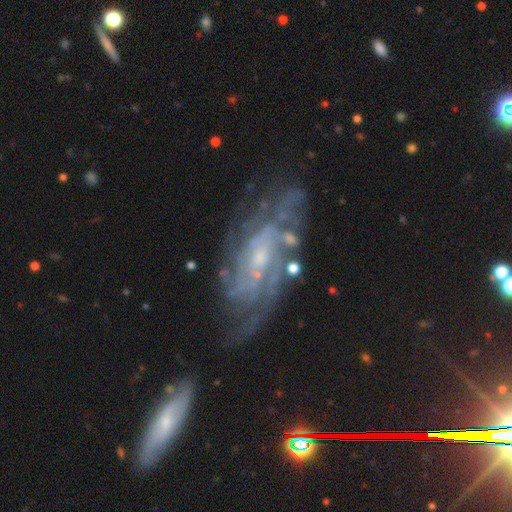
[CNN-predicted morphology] featured or disk 84%, star or artifact 8%, smooth 8%. Down the decision tree: edge-on disk — no (92%); bar — no (53%); spiral arms — yes (95%); spiral arm count — can't tell (39%); spiral winding — tight (61%); bulge size — small (72%); merging — none (67%).